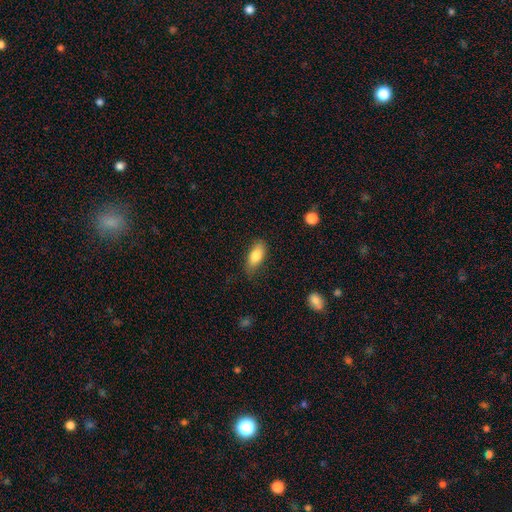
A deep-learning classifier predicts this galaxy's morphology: Smooth or featured? smooth (80%)
How rounded? in between (83%)
Merging? none (77%)